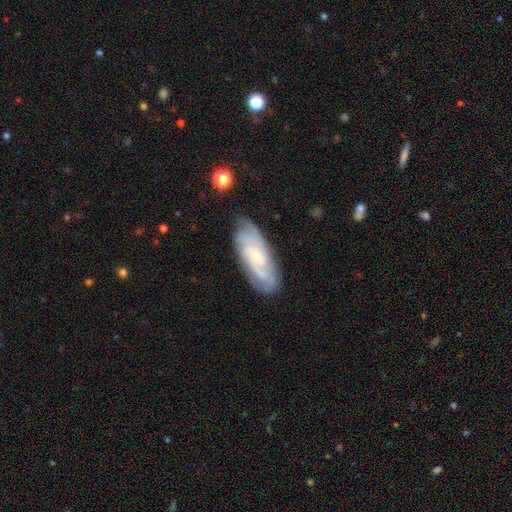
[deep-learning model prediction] Overall: featured or disk (80%). Edge-on disk: no (91%). Bar: no (67%; weak 27%). Spiral arms: yes (96%). Spiral arm count: can't tell (32%; 3 22%). Spiral winding: tight (64%; medium 29%). Bulge size: small (74%). Merging: none (79%).